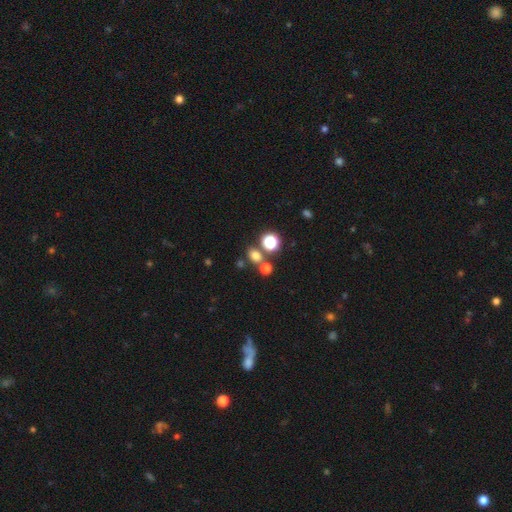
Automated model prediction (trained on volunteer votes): Smooth or featured: smooth — 70% (star or artifact — 23%)
How rounded: round — 56% (in between — 43%)
Merging: none — 66% (merger — 21%)